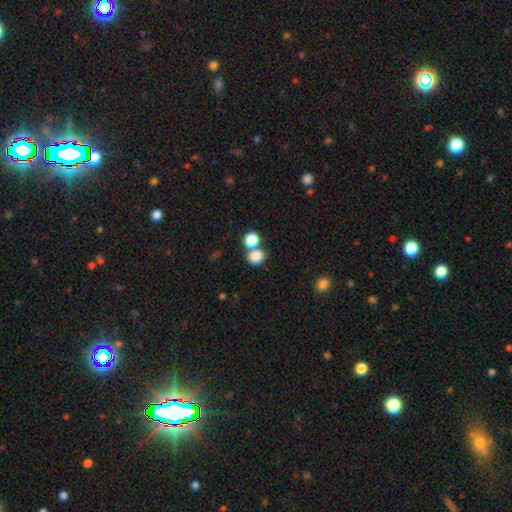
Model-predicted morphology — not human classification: Q: Smooth or featured?
A: smooth (83%); runner-up: star or artifact (11%)
Q: How rounded?
A: round (80%); runner-up: in between (19%)
Q: Merging?
A: none (56%); runner-up: merger (33%)